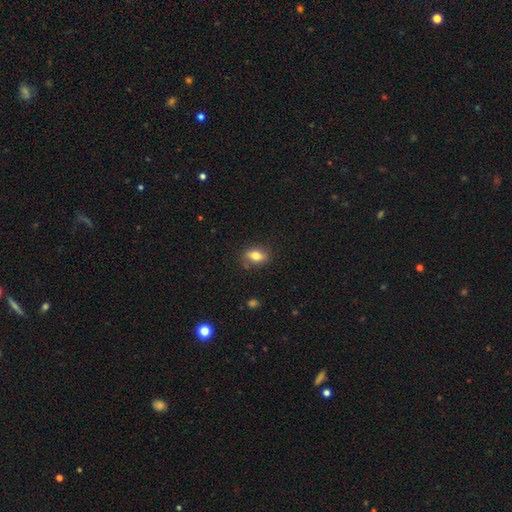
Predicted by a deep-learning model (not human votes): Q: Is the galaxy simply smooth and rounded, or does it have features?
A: smooth — 74%.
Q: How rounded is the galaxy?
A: in between — 77%.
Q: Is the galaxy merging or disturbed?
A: none — 81%.